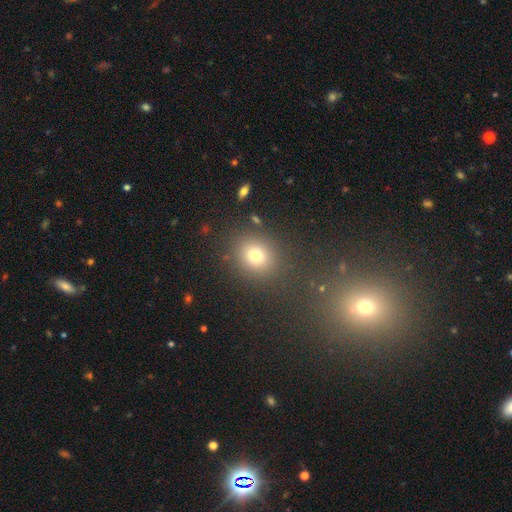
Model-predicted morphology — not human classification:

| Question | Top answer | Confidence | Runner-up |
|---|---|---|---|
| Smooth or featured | smooth | 76% | star or artifact (16%) |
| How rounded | round | 70% | in between (29%) |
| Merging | none | 83% | minor disturbance (9%) |